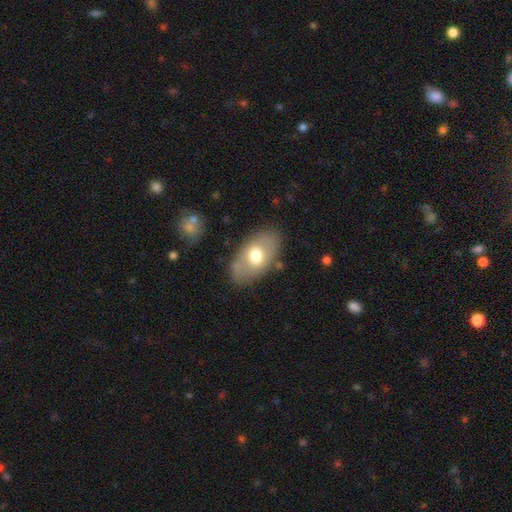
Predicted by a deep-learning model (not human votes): Overall: smooth (63%; featured or disk 30%). How rounded: in between (91%). Merging: none (78%).